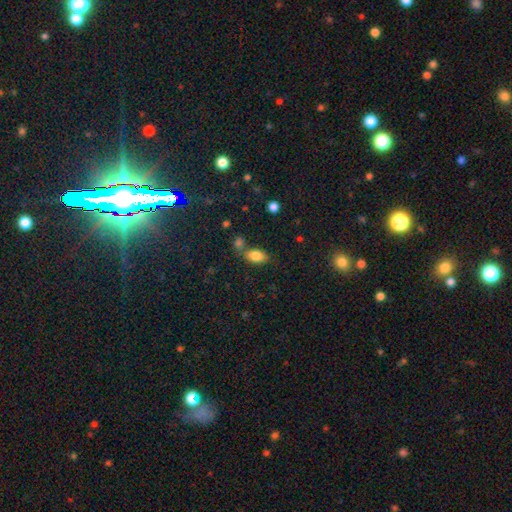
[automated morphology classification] Smooth or featured?
  - smooth: 83% *
  - star or artifact: 9%
  - featured or disk: 7%
How rounded?
  - in between: 91% *
  - round: 6%
  - cigar-shaped: 3%
Merging?
  - none: 59% *
  - merger: 24%
  - minor disturbance: 13%
  - major disturbance: 4%